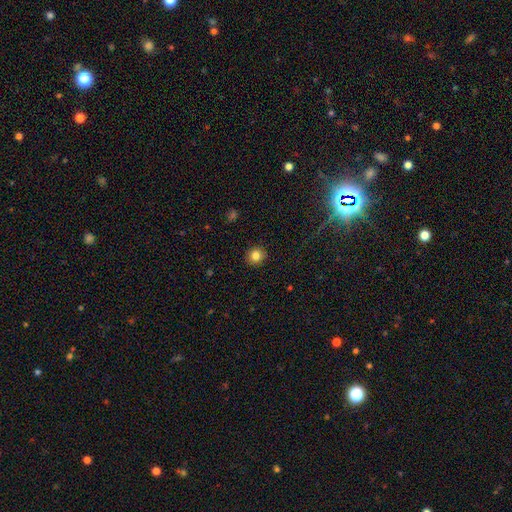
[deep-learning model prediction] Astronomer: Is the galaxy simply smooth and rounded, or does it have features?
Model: smooth — 82%.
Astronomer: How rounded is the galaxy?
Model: round — 86%.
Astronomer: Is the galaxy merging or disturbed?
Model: none — 91%.